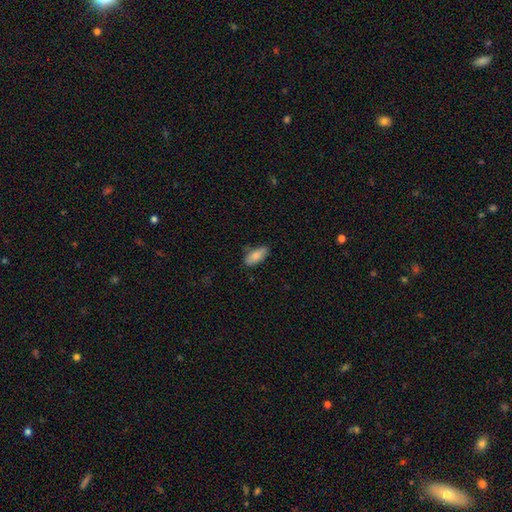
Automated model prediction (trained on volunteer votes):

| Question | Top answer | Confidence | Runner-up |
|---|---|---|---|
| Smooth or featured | smooth | 83% | featured or disk (10%) |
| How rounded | in between | 88% | cigar-shaped (10%) |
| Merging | none | 75% | minor disturbance (20%) |